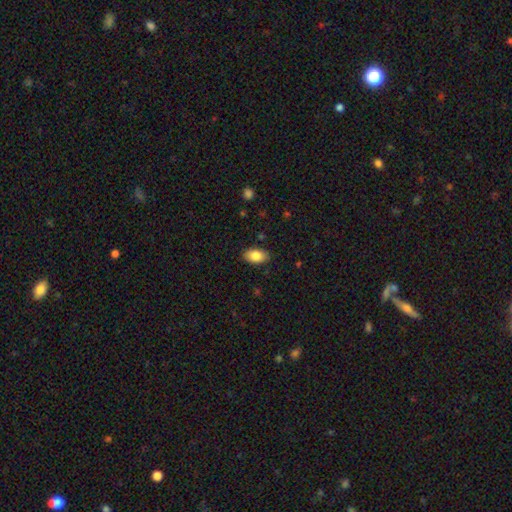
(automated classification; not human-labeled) Morphology: type=smooth (85%); roundness=in between (92%); merging=none (87%).